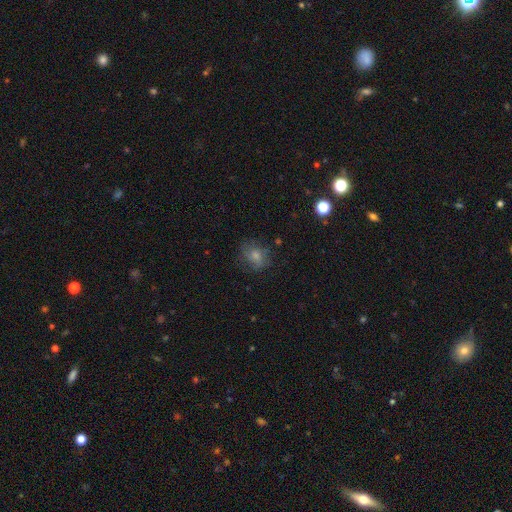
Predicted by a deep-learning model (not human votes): This is likely a smooth galaxy (67%). How rounded: possibly round (55%). Merging: likely none (63%).